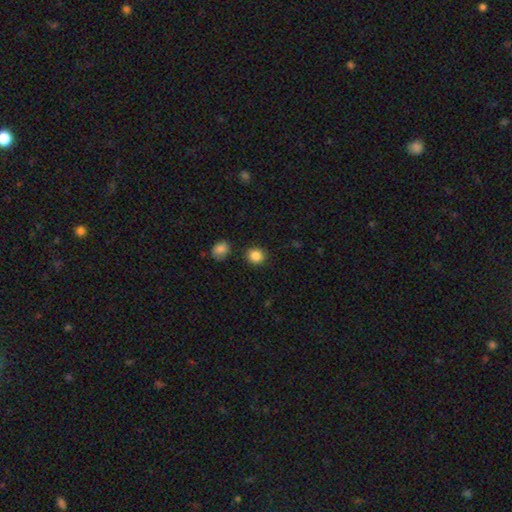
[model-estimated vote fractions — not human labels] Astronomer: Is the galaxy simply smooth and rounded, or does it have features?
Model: smooth — 87%.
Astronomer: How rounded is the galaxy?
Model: round — 86%.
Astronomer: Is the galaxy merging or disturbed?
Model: none — 89%.